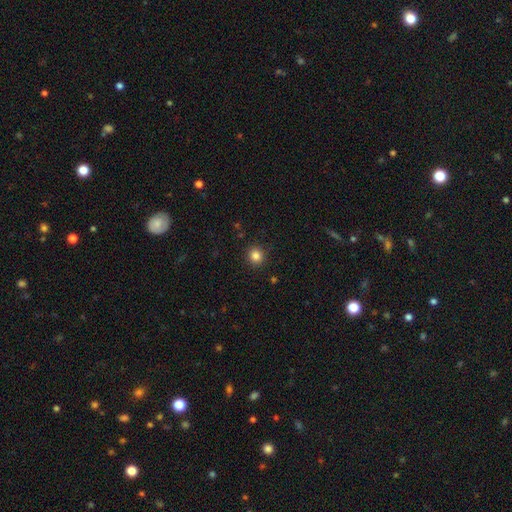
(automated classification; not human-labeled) This is clearly a smooth galaxy (84%). How rounded: clearly round (93%). Merging: clearly none (91%).